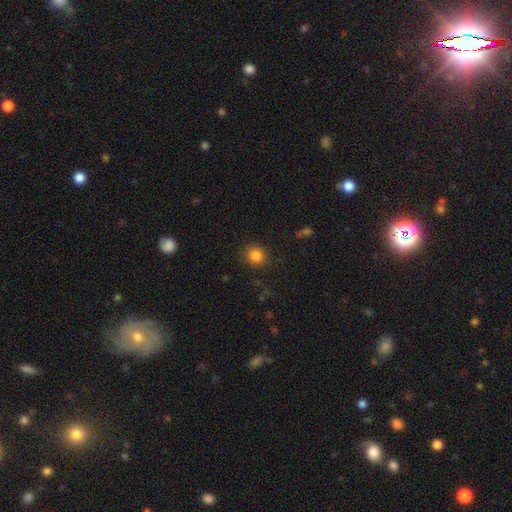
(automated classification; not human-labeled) A smooth galaxy with no disk features (84%) that is round (87%). Merging: none (88%).